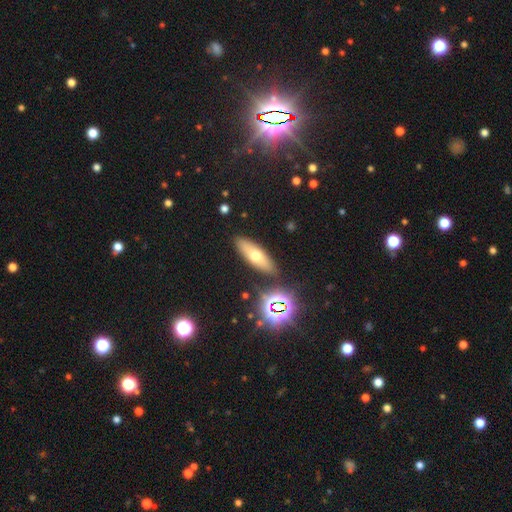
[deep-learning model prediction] Smooth or featured? Predicted: smooth (p=0.58). How rounded? Predicted: in between (p=0.57). Merging? Predicted: none (p=0.85).